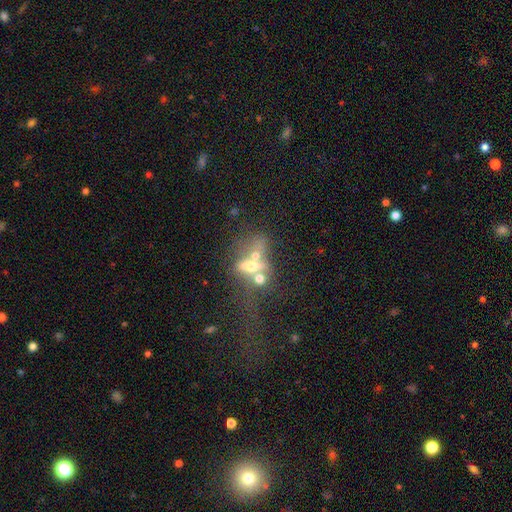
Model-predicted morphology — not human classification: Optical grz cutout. It shows a smooth galaxy with no disk features (47%). Merging: merger (62%).